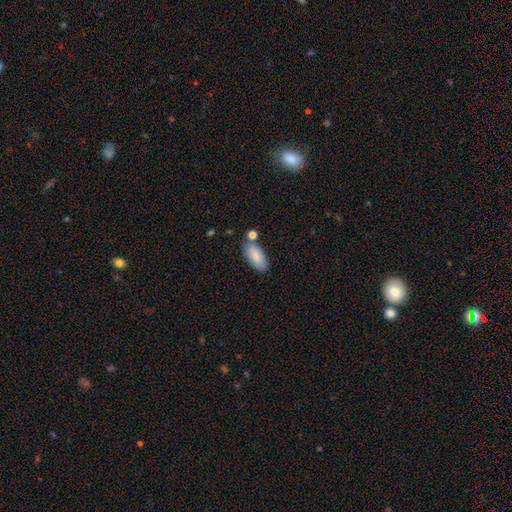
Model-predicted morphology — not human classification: Overall: smooth (85%). How rounded: in between (90%). Merging: none (70%).